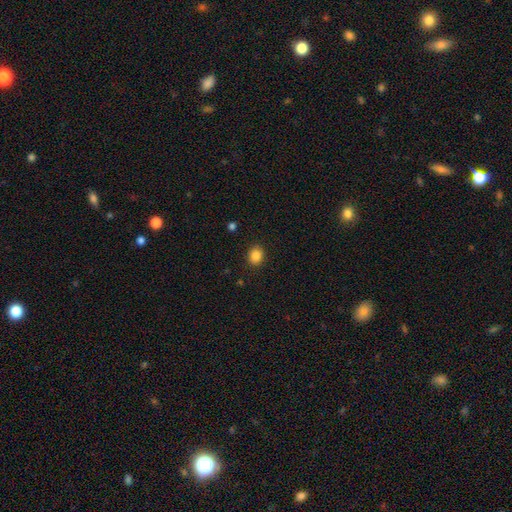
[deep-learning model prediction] smooth 85%, star or artifact 10%, featured or disk 5%. Down the decision tree: how rounded — round (62%); merging — none (90%).